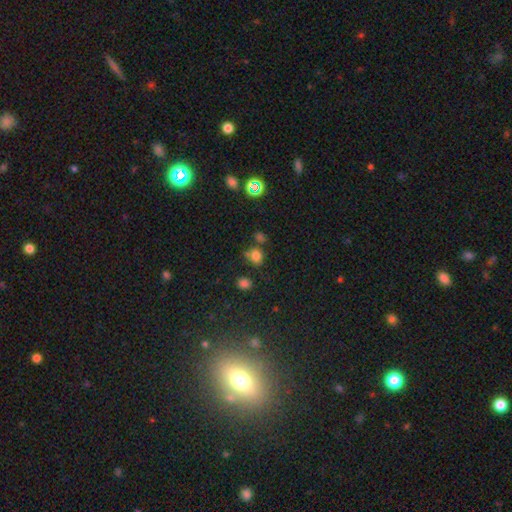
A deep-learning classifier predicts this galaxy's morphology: The model was most divided on "how rounded": round: 64%, in between: 35%, cigar-shaped: 1%. More confident: smooth or featured — smooth (71%); merging — none (56%).